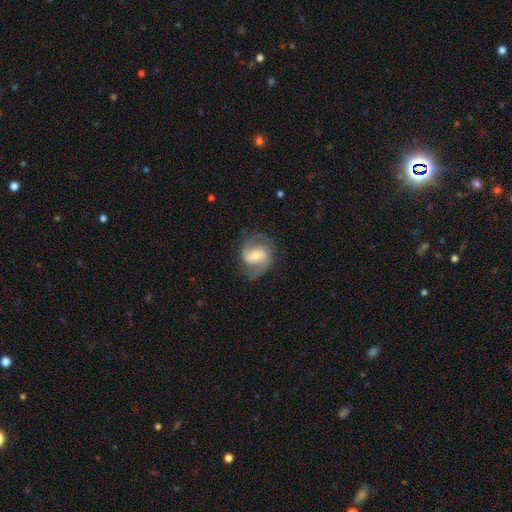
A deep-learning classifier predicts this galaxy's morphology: smooth_or_featured: featured or disk (p=0.81) [alt: smooth p=0.13]
disk_edge_on: no (p=0.98) [alt: yes p=0.02]
bar: weak (p=0.48) [alt: no p=0.35]
has_spiral_arms: yes (p=0.95) [alt: no p=0.05]
spiral_winding: medium (p=0.54) [alt: loose p=0.25]
spiral_arm_count: 2 (p=0.86) [alt: can't tell p=0.05]
bulge_size: moderate (p=0.53) [alt: small p=0.39]
merging: none (p=0.72) [alt: minor disturbance p=0.18]